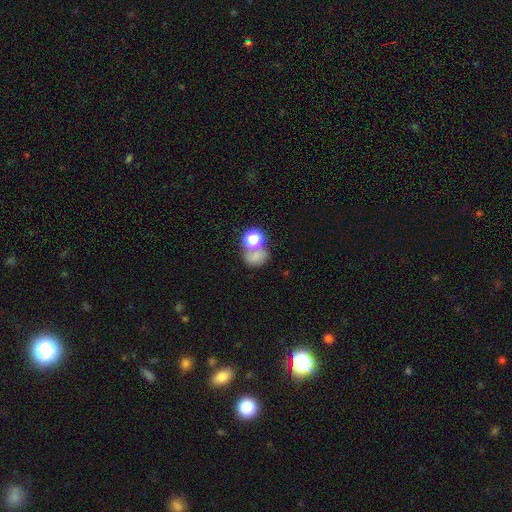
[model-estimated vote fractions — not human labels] Smooth or featured? smooth (67%)
How rounded? round (61%)
Merging? merger (43%)